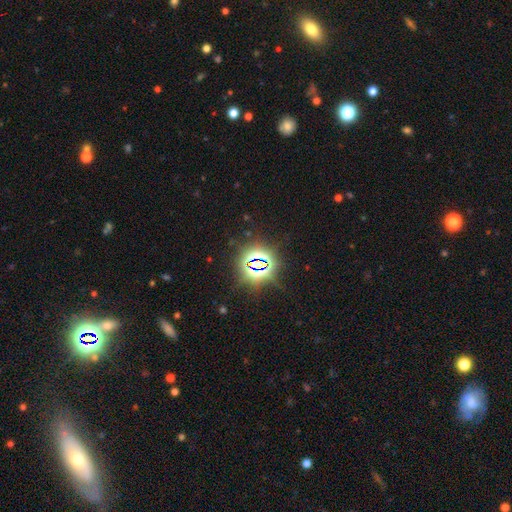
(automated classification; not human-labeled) Q: Smooth or featured?
A: star or artifact (79%); runner-up: smooth (13%)